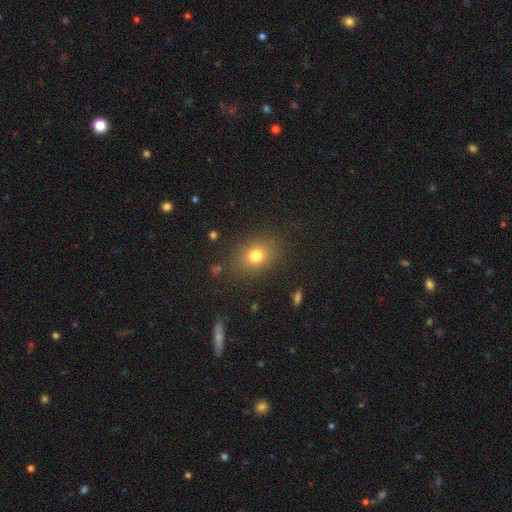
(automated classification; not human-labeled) Smooth or featured?
  - smooth: 76% *
  - star or artifact: 14%
  - featured or disk: 9%
How rounded?
  - in between: 50% *
  - round: 49%
  - cigar-shaped: 1%
Merging?
  - none: 84% *
  - minor disturbance: 10%
  - major disturbance: 4%
  - merger: 2%